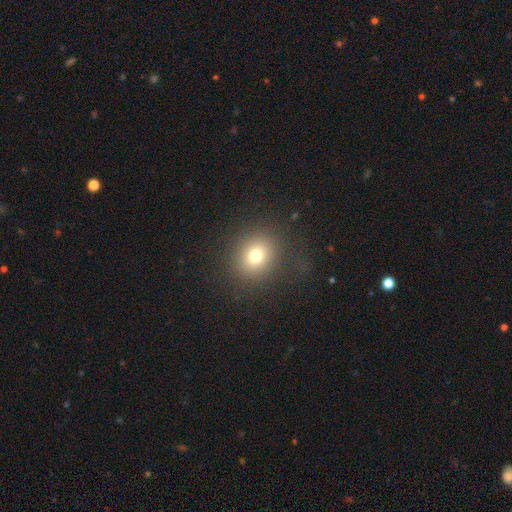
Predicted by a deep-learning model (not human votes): Morphology: type=smooth (74%); roundness=round (73%); merging=none (84%).